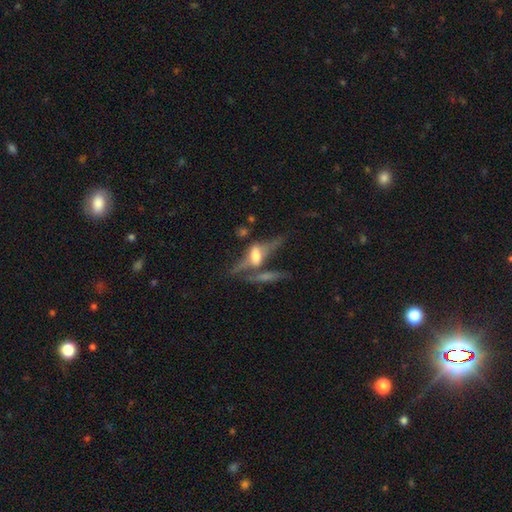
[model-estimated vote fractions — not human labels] Smooth or featured? featured or disk (58%)
Edge-on disk? yes (62%)
Merging? merger (33%)